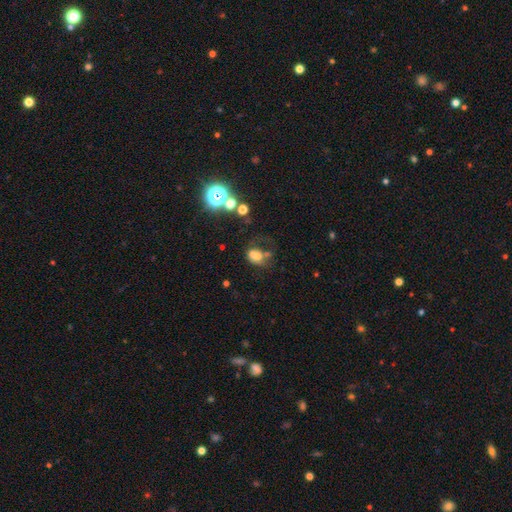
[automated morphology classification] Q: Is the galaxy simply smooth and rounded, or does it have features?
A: smooth — 59%.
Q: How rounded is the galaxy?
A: in between — 62%.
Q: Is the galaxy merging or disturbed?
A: major disturbance — 30%.